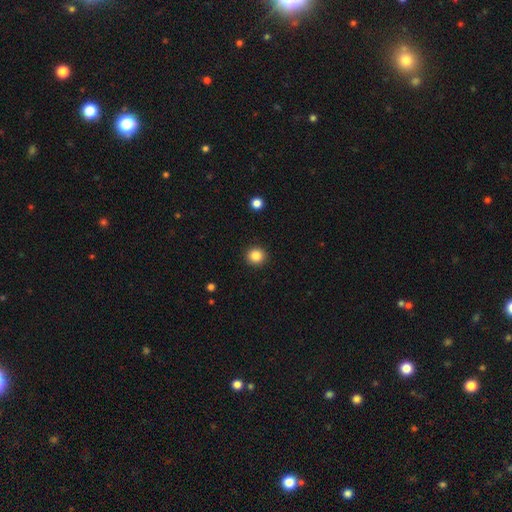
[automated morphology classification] Smooth or featured?
  - smooth: 85% *
  - star or artifact: 11%
  - featured or disk: 5%
How rounded?
  - round: 92% *
  - in between: 7%
  - cigar-shaped: 1%
Merging?
  - none: 92% *
  - minor disturbance: 5%
  - major disturbance: 2%
  - merger: 1%